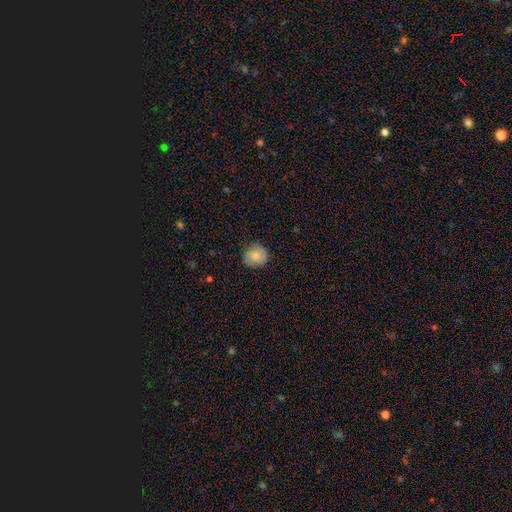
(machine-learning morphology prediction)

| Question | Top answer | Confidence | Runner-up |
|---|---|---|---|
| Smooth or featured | smooth | 81% | featured or disk (11%) |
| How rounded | round | 83% | in between (16%) |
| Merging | none | 80% | minor disturbance (16%) |